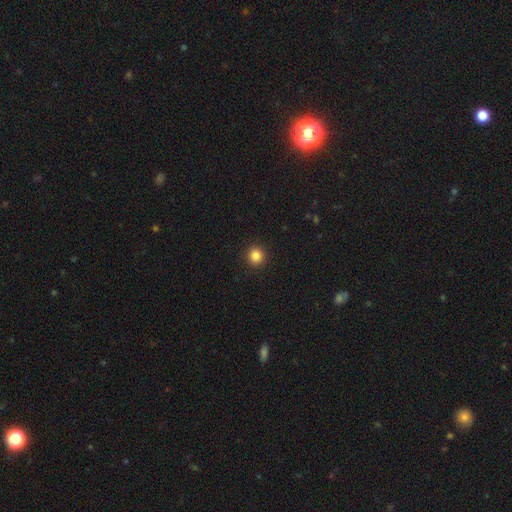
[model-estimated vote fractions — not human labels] Smooth or featured: smooth — 84% (star or artifact — 11%)
How rounded: round — 94% (in between — 5%)
Merging: none — 93% (minor disturbance — 4%)